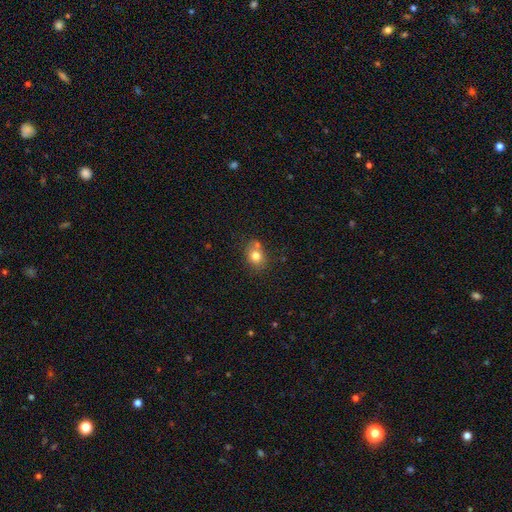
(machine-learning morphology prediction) The model was most divided on "how rounded": round: 59%, in between: 40%, cigar-shaped: 1%. More confident: smooth or featured — smooth (77%); merging — none (60%).